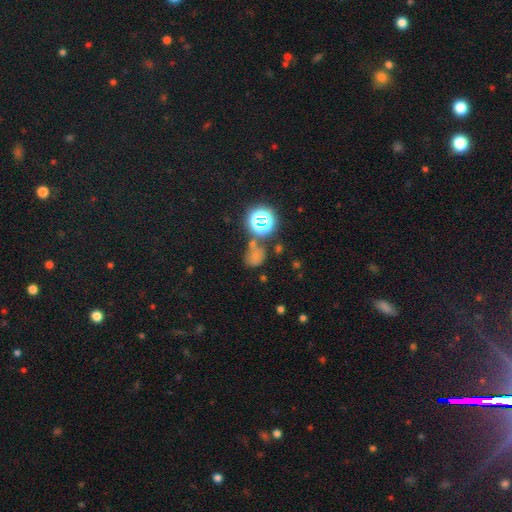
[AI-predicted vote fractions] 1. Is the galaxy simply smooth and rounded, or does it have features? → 57% smooth, 32% star or artifact, 11% featured or disk.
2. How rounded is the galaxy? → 60% round, 39% in between, 2% cigar-shaped.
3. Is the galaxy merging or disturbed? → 45% none, 25% merger, 18% minor disturbance, 12% major disturbance.